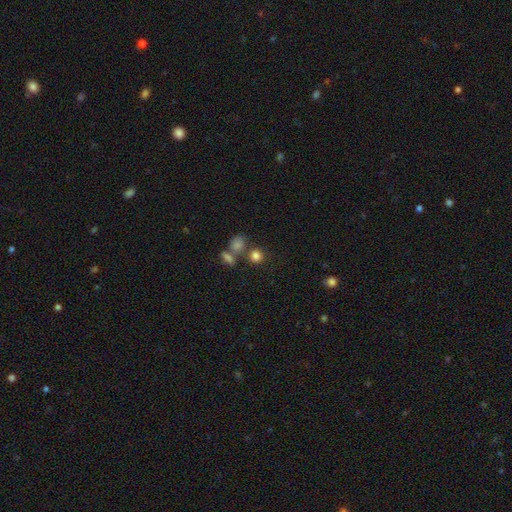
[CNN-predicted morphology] This appears to be a smooth galaxy with no disk features (80%) that is round (85%). Merging: none (65%).